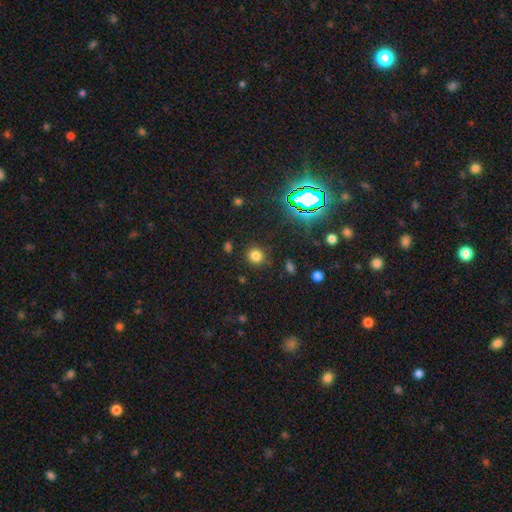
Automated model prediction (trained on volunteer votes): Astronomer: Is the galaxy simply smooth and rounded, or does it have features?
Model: smooth — 75%.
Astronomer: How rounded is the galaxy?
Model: round — 90%.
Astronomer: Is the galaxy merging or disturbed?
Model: none — 87%.